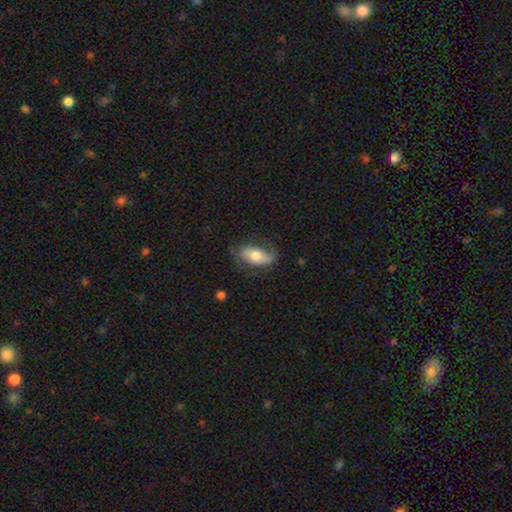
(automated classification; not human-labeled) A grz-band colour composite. It shows a smooth galaxy with no disk features (61%) that is in between round and cigar-shaped (89%). Merging: none (61%).